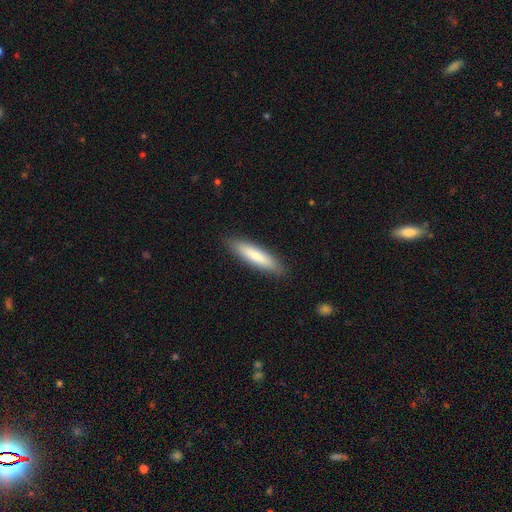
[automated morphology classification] A smooth galaxy with no disk features (79%) that is cigar-shaped (80%). Merging: none (89%).